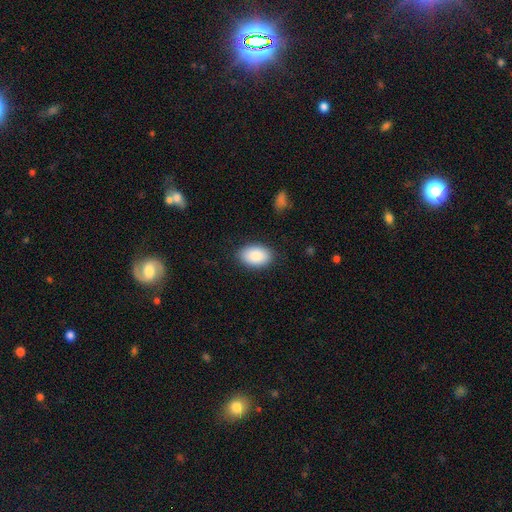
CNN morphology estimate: smooth-or-featured: smooth: 88% | star or artifact: 6% | featured or disk: 6%
  how-rounded: in between: 90% | round: 9% | cigar-shaped: 1%
  merging: none: 87% | minor disturbance: 10% | major disturbance: 2% | merger: 1%